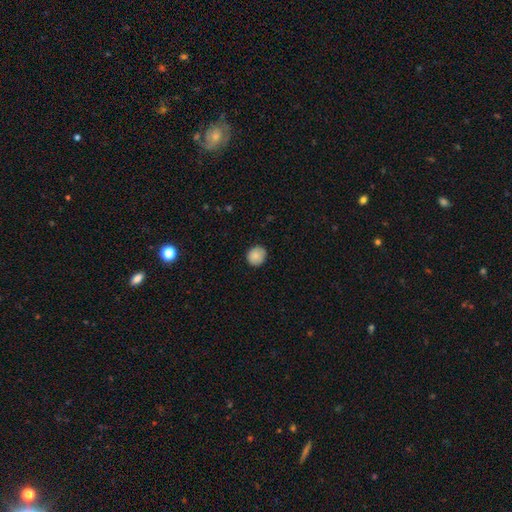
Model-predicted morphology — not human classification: This appears to be a smooth galaxy with no disk features (87%) that is round (85%). Merging: none (85%).